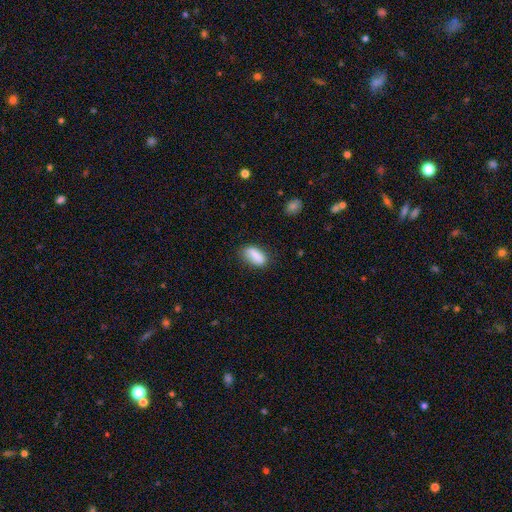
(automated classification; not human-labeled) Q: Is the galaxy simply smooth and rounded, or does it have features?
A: smooth — 83%.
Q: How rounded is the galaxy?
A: in between — 86%.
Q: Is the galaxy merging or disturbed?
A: none — 71%.